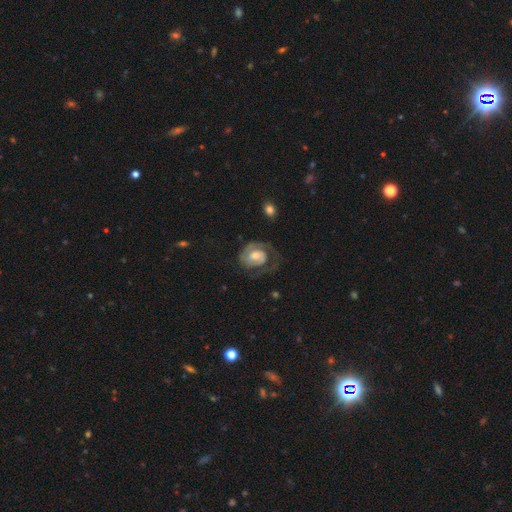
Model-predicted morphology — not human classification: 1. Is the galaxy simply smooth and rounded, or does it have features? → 75% featured or disk, 19% smooth, 6% star or artifact.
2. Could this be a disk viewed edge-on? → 97% no, 3% yes.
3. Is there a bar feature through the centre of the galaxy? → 54% no, 37% weak, 9% strong.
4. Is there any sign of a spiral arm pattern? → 90% yes, 10% no.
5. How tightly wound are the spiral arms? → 50% tight, 35% medium, 15% loose.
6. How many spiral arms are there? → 48% 1, 34% 2, 12% can't tell, 3% 3, 1% 4, 1% more than 4.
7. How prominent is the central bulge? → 54% moderate, 25% small, 15% large, 4% none, 2% dominant.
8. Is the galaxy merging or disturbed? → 49% none, 30% major disturbance, 19% minor disturbance, 2% merger.